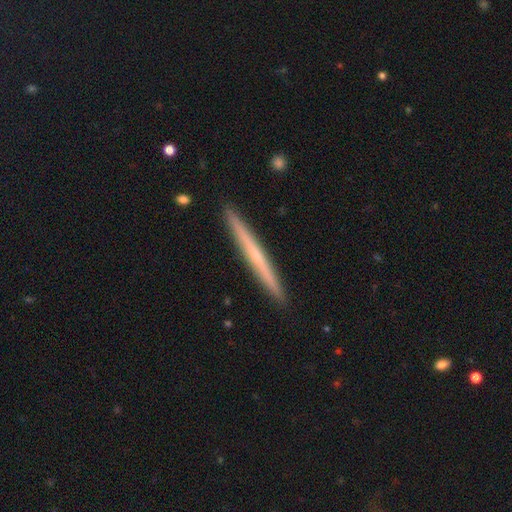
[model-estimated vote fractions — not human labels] smooth-or-featured: featured or disk: 57% | smooth: 38% | star or artifact: 6%
  disk-edge-on: yes: 97% | no: 3%
    edge-on-bulge: none: 66% | rounded: 30% | boxy: 3%
  merging: none: 93% | minor disturbance: 5% | major disturbance: 1% | merger: 1%